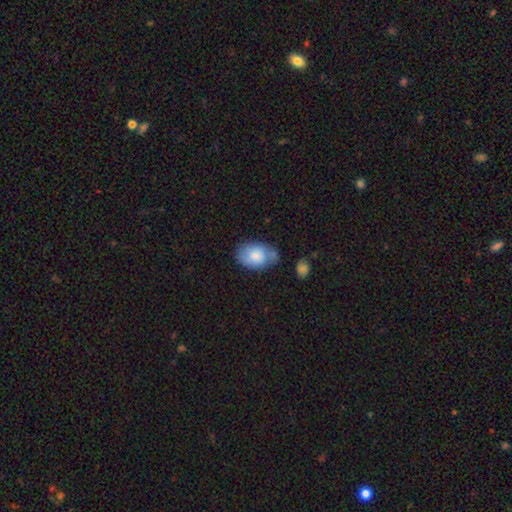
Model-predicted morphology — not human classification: Overall: smooth (76%). How rounded: in between (84%). Merging: none (54%; minor disturbance 25%).